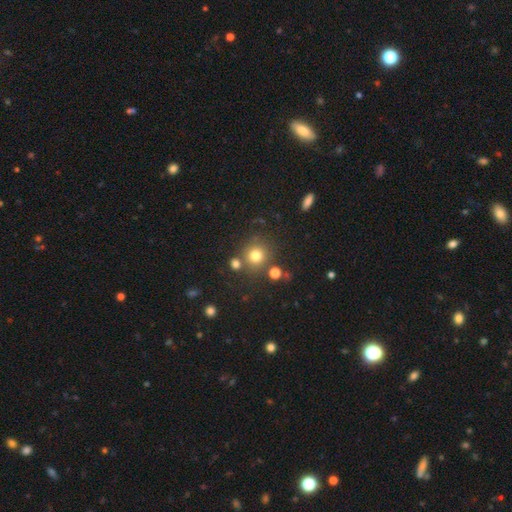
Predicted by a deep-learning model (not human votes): Q: Smooth or featured?
A: smooth (77%); runner-up: star or artifact (15%)
Q: How rounded?
A: round (91%); runner-up: in between (9%)
Q: Merging?
A: none (76%); runner-up: merger (11%)